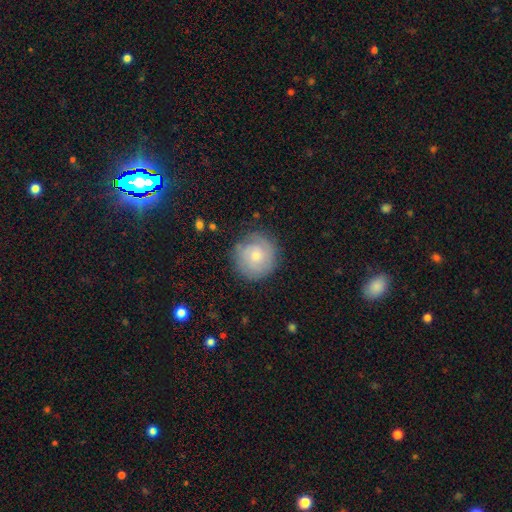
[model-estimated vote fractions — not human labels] A smooth galaxy with no disk features (53%) that is round (93%).

Vote fractions:
- Smooth or featured? smooth: 53% / featured or disk: 40% / star or artifact: 7%
- How rounded? round: 93% / in between: 6% / cigar-shaped: 1%
- Merging? none: 81% / minor disturbance: 13% / major disturbance: 4% / merger: 1%